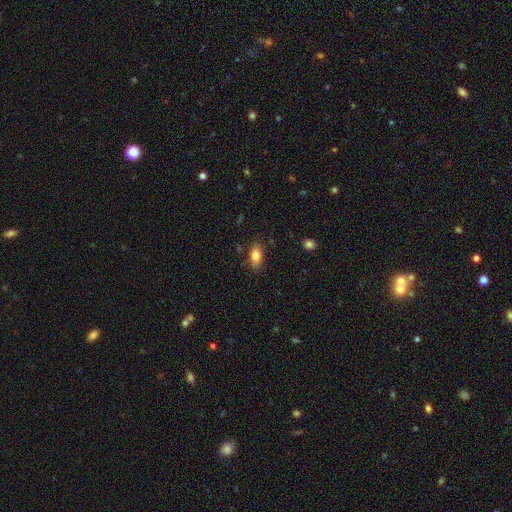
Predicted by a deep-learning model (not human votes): A smooth galaxy with no disk features (81%) that is in between round and cigar-shaped (87%). Merging: none (81%).